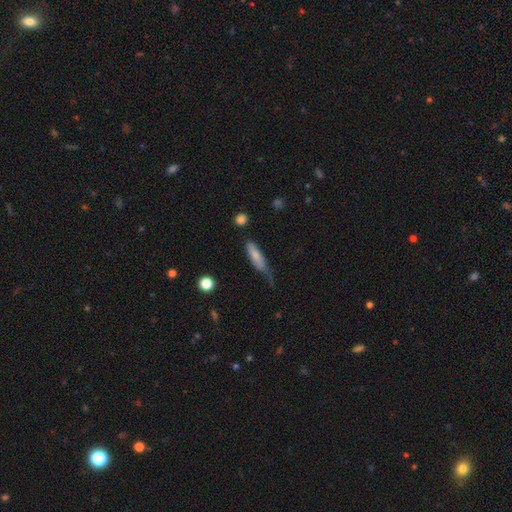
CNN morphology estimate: smooth 74%, featured or disk 20%, star or artifact 6%. Down the decision tree: how rounded — cigar-shaped (65%); merging — minor disturbance (39%).